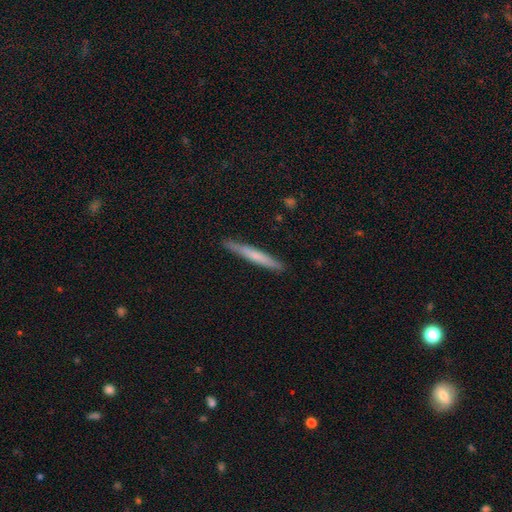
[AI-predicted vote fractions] Smooth or featured: smooth — 59% (featured or disk — 35%)
How rounded: cigar-shaped — 96% (in between — 2%)
Merging: none — 89% (minor disturbance — 8%)